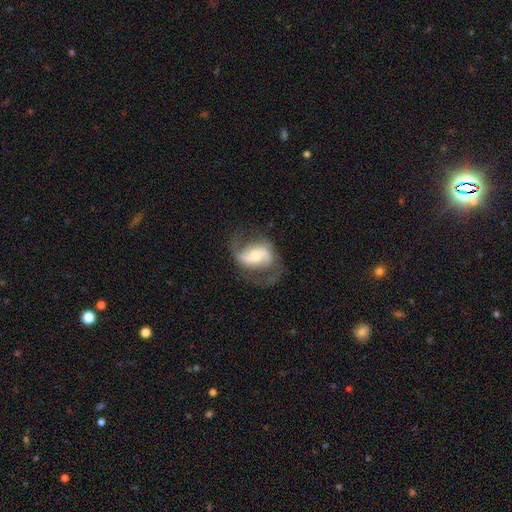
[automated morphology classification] smooth_or_featured: featured or disk (p=0.77) [alt: smooth p=0.17]
disk_edge_on: no (p=0.96) [alt: yes p=0.04]
bar: weak (p=0.39) [alt: strong p=0.31]
has_spiral_arms: yes (p=0.88) [alt: no p=0.12]
spiral_winding: medium (p=0.45) [alt: loose p=0.42]
spiral_arm_count: 2 (p=0.88) [alt: can't tell p=0.06]
bulge_size: moderate (p=0.60) [alt: small p=0.28]
merging: none (p=0.65) [alt: minor disturbance p=0.18]